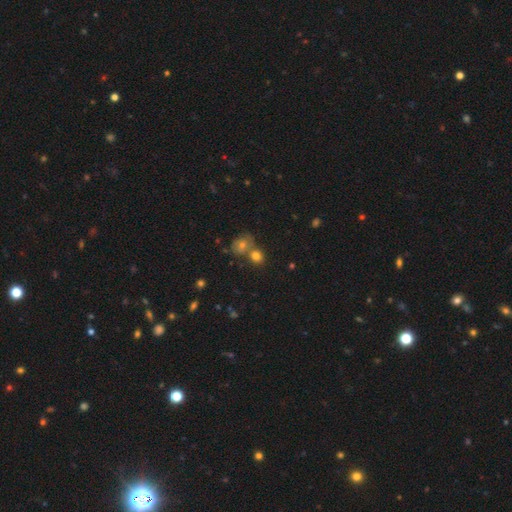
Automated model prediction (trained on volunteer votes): This appears to be a smooth galaxy with no disk features (75%) that is round (68%). Merging: none (49%).